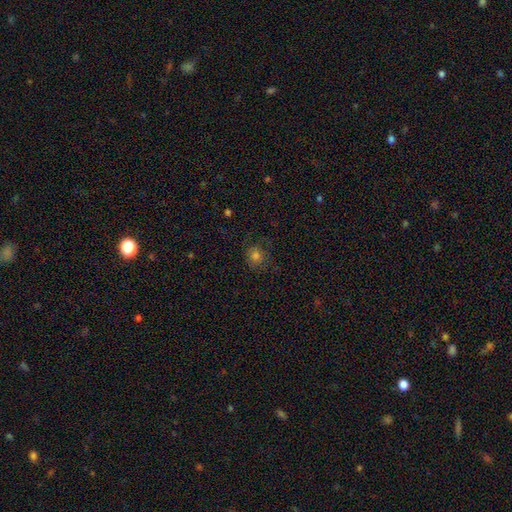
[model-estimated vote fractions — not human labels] Smooth or featured?
  - smooth: 75% *
  - star or artifact: 15%
  - featured or disk: 11%
How rounded?
  - round: 83% *
  - in between: 16%
  - cigar-shaped: 1%
Merging?
  - none: 74% *
  - minor disturbance: 17%
  - major disturbance: 8%
  - merger: 1%